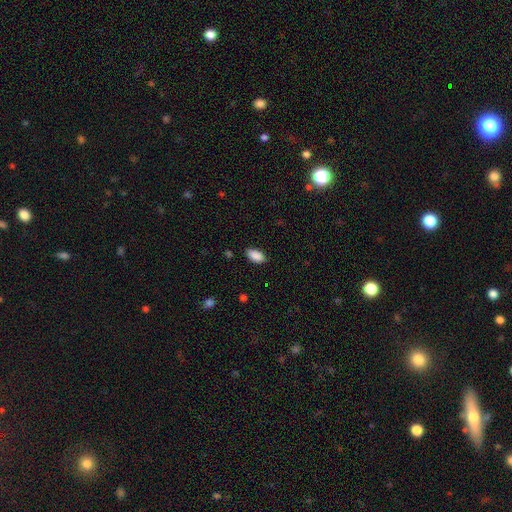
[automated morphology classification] This appears to be a smooth galaxy with no disk features (90%) that is in between round and cigar-shaped (94%). Merging: none (85%).